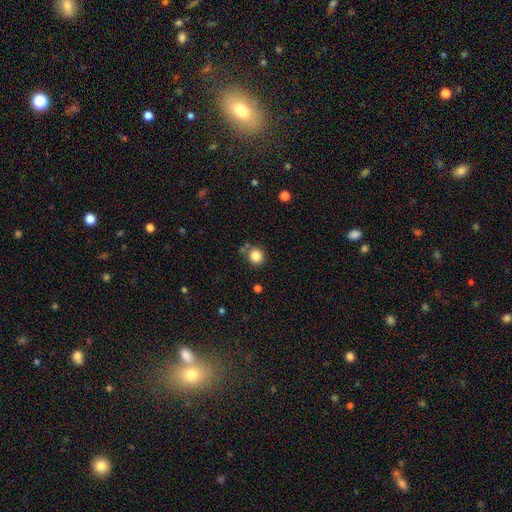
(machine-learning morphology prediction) type=smooth (84%); roundness=round (89%); merging=none (75%).